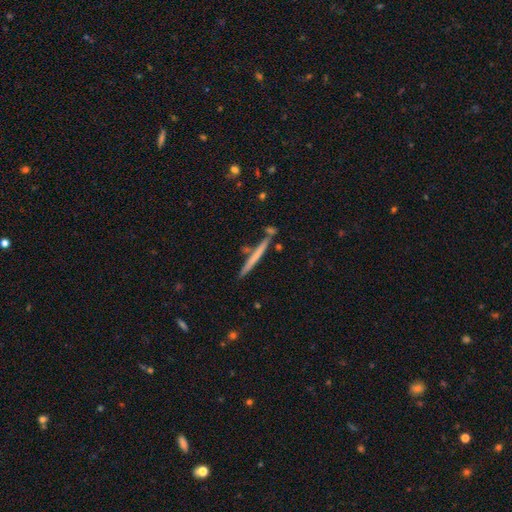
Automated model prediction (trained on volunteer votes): This is possibly a smooth galaxy (52%). How rounded: clearly cigar-shaped (97%). Merging: clearly none (80%).